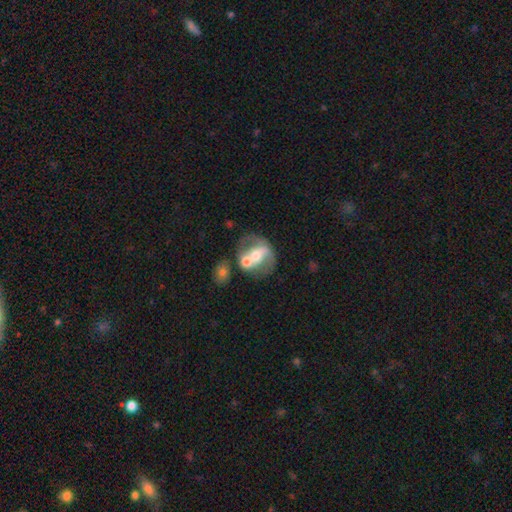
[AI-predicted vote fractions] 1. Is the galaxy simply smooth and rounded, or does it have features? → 58% featured or disk, 35% smooth, 8% star or artifact.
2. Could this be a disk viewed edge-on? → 96% no, 4% yes.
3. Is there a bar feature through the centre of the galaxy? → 54% no, 27% weak, 18% strong.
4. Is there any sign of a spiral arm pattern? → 51% no, 49% yes.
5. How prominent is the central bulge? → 61% moderate, 21% small, 12% large, 4% none, 2% dominant.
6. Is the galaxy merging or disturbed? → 47% merger, 31% none, 13% minor disturbance, 10% major disturbance.